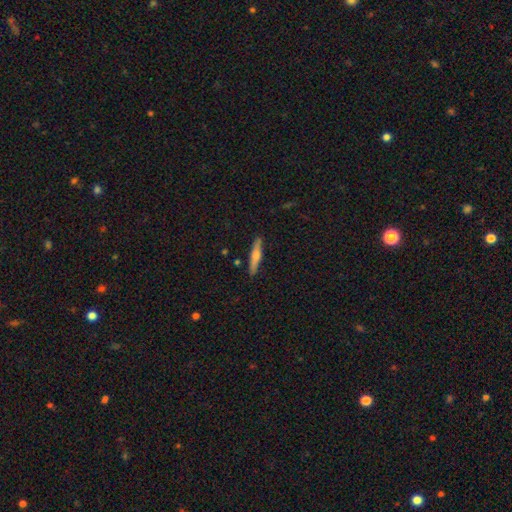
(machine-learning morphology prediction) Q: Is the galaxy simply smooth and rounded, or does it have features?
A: featured or disk — 49%.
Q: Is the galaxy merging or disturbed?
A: none — 89%.